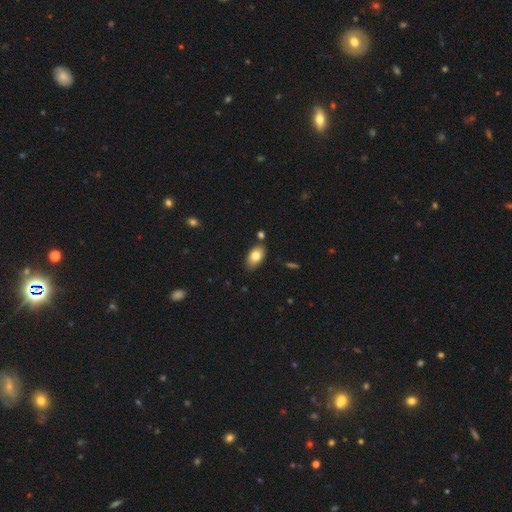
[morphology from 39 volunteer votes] Smooth or featured? 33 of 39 (85%) said smooth. How rounded? 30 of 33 (91%) said in between. Merging? 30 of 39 (77%) said none.